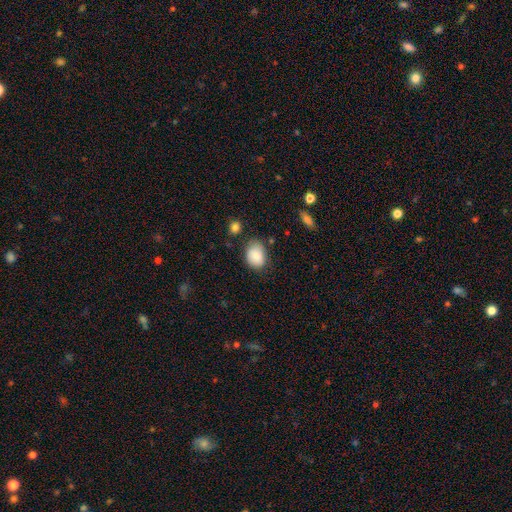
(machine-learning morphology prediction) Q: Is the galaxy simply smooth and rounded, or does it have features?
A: smooth — 86%.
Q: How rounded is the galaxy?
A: in between — 70%.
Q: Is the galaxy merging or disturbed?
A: none — 69%.